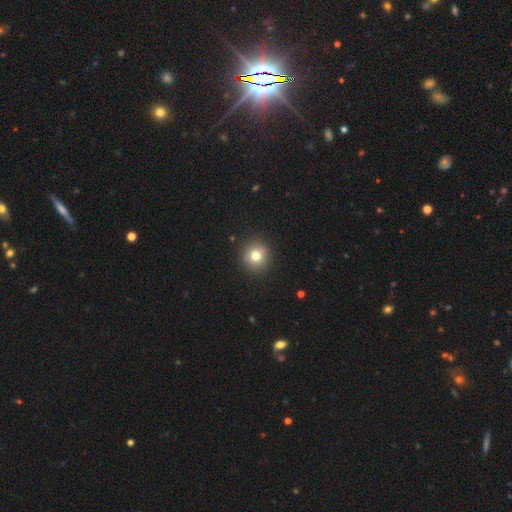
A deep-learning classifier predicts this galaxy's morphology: type=smooth (77%); roundness=round (92%); merging=none (90%).